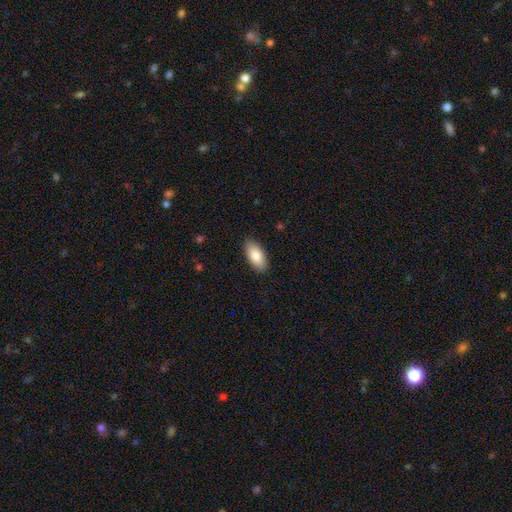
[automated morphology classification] Smooth or featured: smooth — 83% (featured or disk — 10%)
How rounded: in between — 91% (cigar-shaped — 7%)
Merging: none — 88% (minor disturbance — 9%)